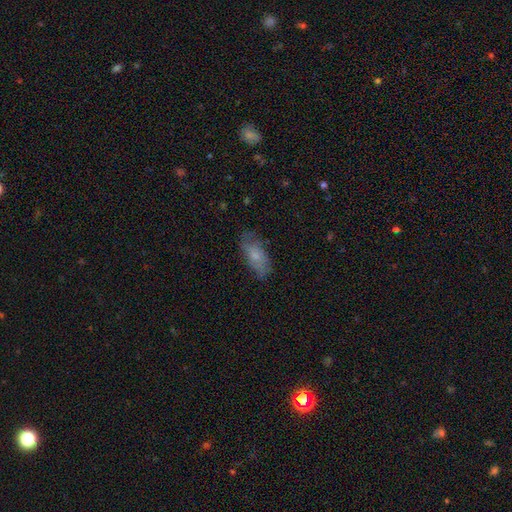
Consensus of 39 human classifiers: Smooth or featured? 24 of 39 (62%) said smooth. How rounded? 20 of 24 (83%) said in between. Merging? 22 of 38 (58%) said none.